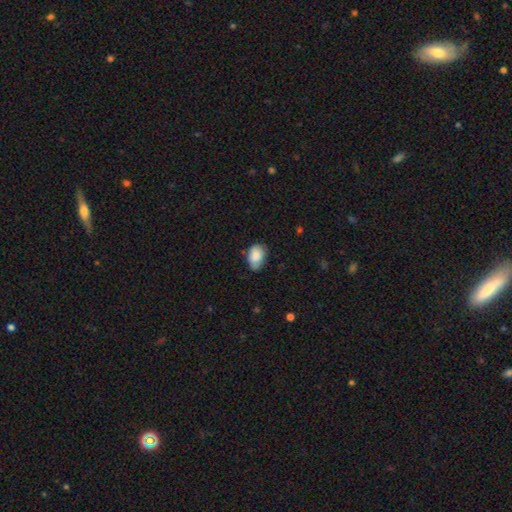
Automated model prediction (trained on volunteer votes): Smooth or featured? Predicted: smooth (p=0.85). How rounded? Predicted: in between (p=0.86). Merging? Predicted: none (p=0.57).